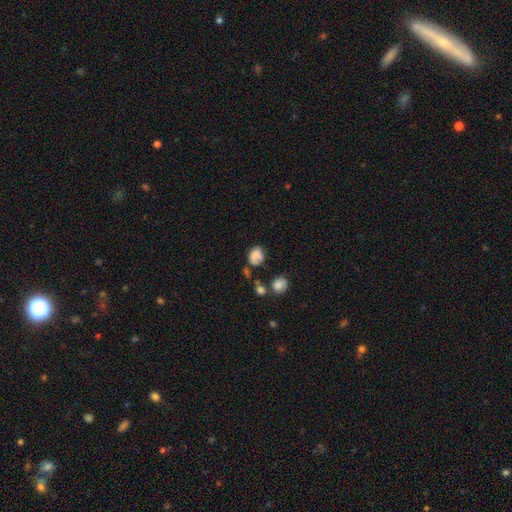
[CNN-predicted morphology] This is likely a smooth galaxy (75%). How rounded: likely in between (61%). Merging: marginally none (43%).